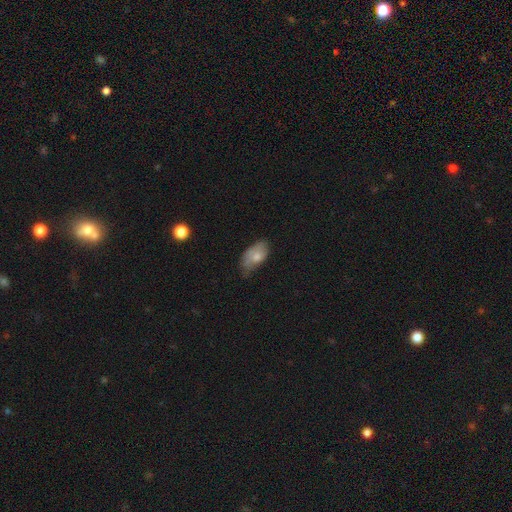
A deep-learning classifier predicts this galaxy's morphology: Q: Smooth or featured?
A: smooth (69%); runner-up: featured or disk (24%)
Q: How rounded?
A: in between (93%); runner-up: round (5%)
Q: Merging?
A: minor disturbance (42%); runner-up: none (40%)